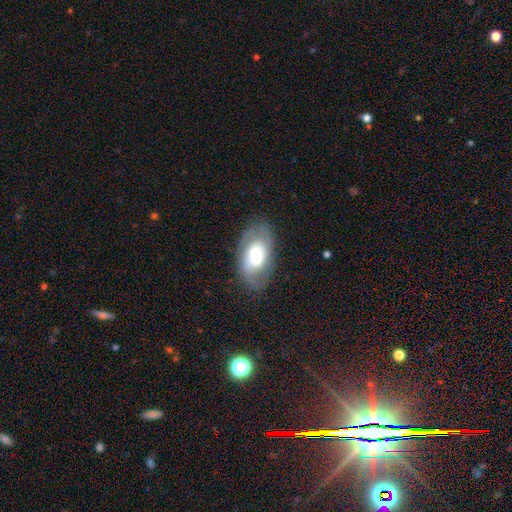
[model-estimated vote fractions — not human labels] A featured or disk galaxy (49%). Merging: none (78%).